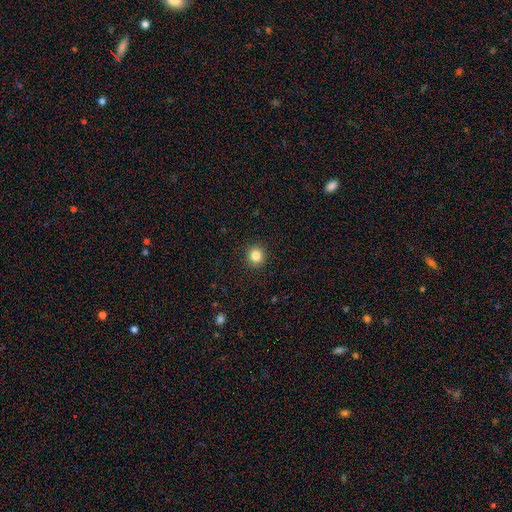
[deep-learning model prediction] Q: Smooth or featured?
A: smooth (84%); runner-up: star or artifact (11%)
Q: How rounded?
A: round (93%); runner-up: in between (6%)
Q: Merging?
A: none (92%); runner-up: minor disturbance (5%)